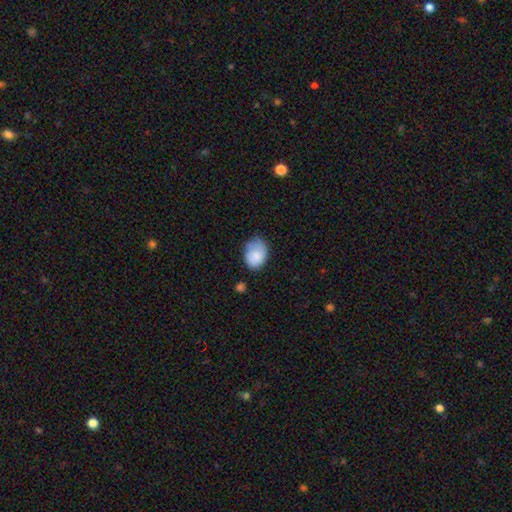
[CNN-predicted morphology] smooth 83%, featured or disk 10%, star or artifact 7%. Down the decision tree: how rounded — in between (72%); merging — none (55%).